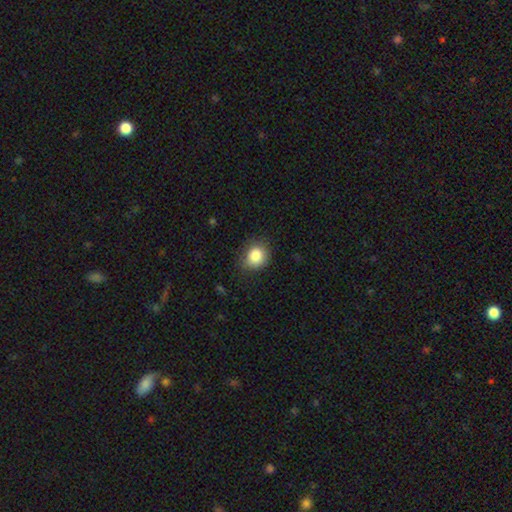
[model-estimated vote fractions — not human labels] This appears to be a smooth galaxy with no disk features (85%) that is round (69%). Merging: none (77%).